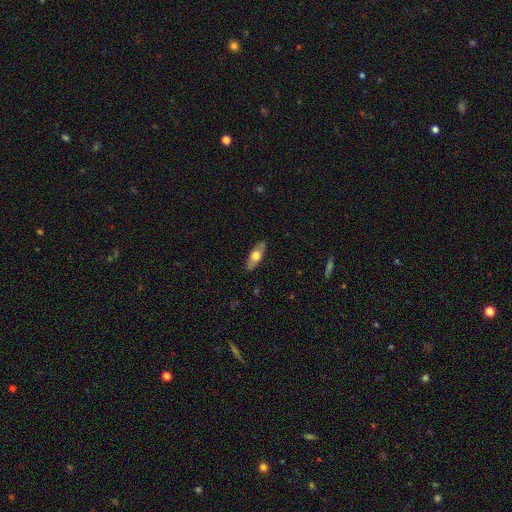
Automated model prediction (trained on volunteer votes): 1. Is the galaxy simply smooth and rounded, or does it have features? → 56% smooth, 38% featured or disk, 6% star or artifact.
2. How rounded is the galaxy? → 71% in between, 26% cigar-shaped, 3% round.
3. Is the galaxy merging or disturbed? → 86% none, 11% minor disturbance, 2% major disturbance, 1% merger.